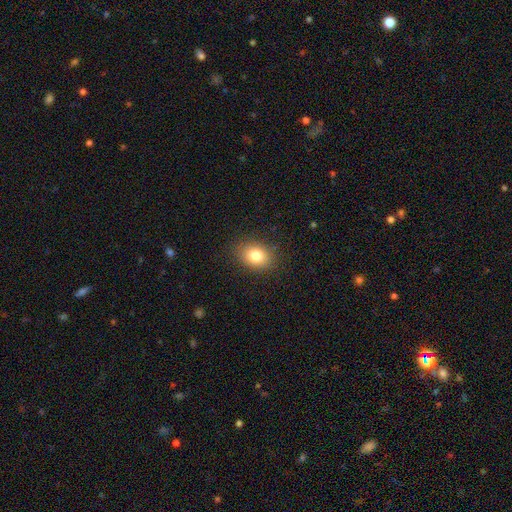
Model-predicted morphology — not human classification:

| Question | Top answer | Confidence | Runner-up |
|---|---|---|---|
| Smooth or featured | smooth | 82% | star or artifact (10%) |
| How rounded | in between | 62% | round (37%) |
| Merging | none | 87% | minor disturbance (9%) |